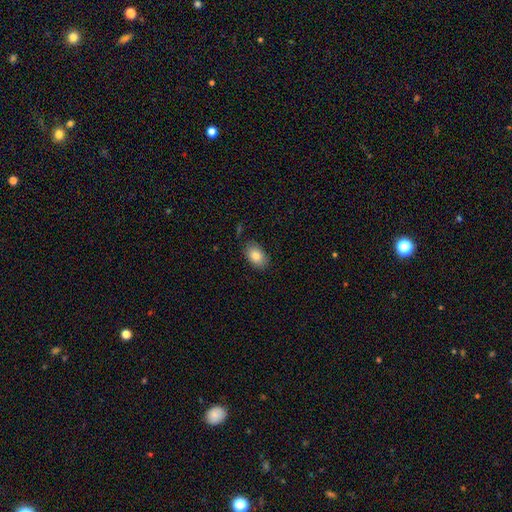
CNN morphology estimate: Overall: smooth (84%). How rounded: in between (88%). Merging: none (83%).